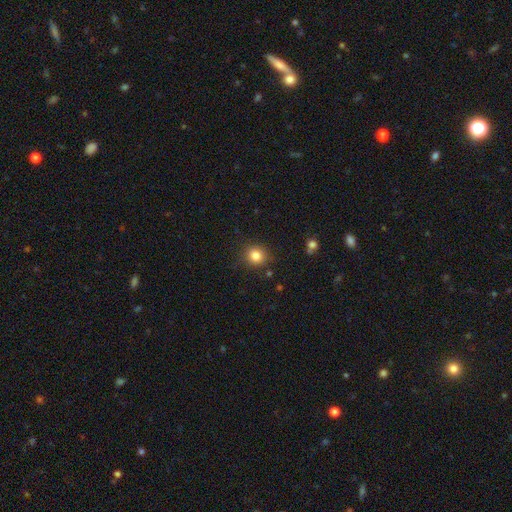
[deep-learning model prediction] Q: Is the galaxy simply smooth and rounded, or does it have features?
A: smooth — 83%.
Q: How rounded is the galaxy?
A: round — 88%.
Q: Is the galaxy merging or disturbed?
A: none — 86%.